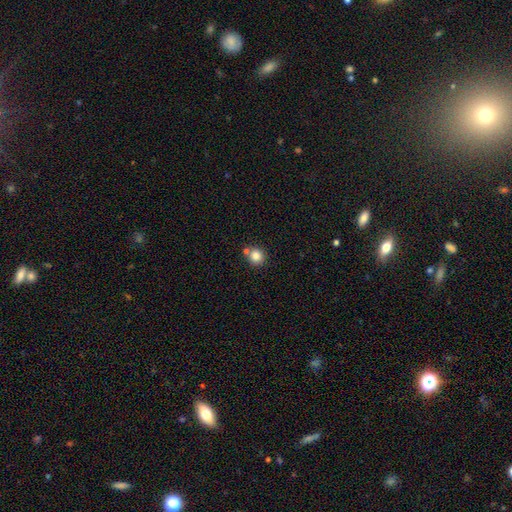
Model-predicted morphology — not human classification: Smooth or featured? smooth (83%)
How rounded? round (92%)
Merging? none (73%)